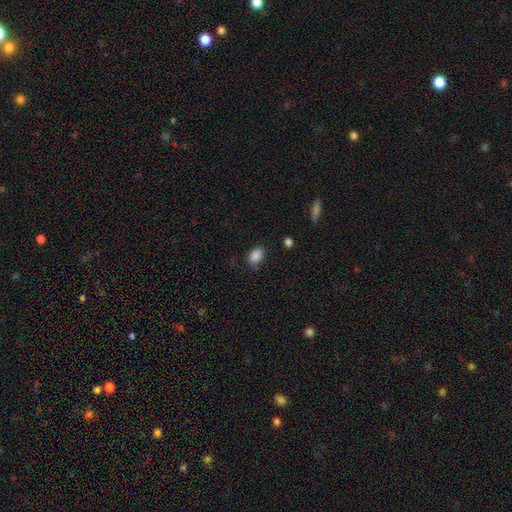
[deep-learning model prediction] Smooth or featured: smooth — 87% (star or artifact — 9%)
How rounded: in between — 79% (round — 20%)
Merging: none — 70% (minor disturbance — 22%)